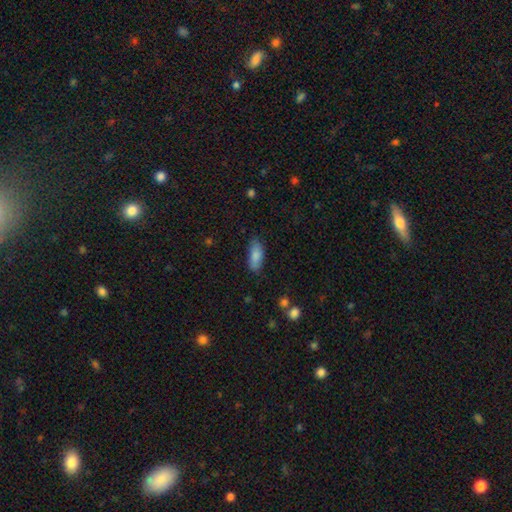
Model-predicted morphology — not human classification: Smooth or featured? Predicted: smooth (p=0.86). How rounded? Predicted: in between (p=0.79). Merging? Predicted: none (p=0.78).